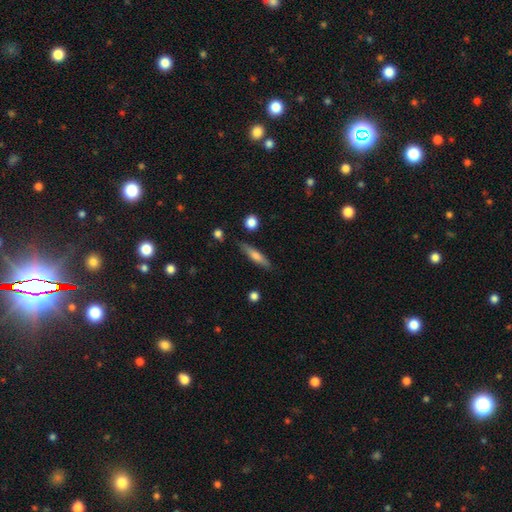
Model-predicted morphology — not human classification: This appears to be a smooth galaxy with no disk features (62%) that is cigar-shaped (81%). Merging: none (84%).